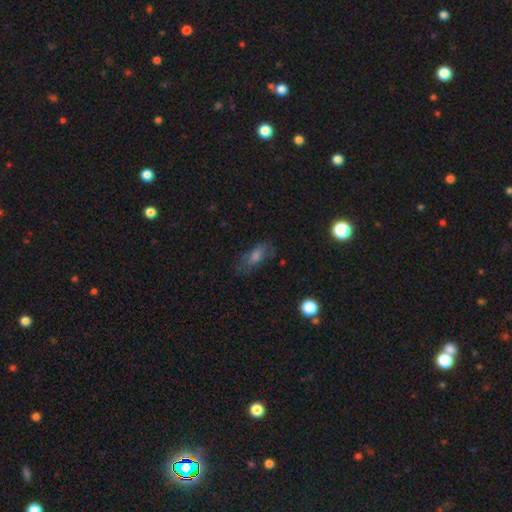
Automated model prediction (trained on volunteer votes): A smooth galaxy with no disk features (52%) that is in between round and cigar-shaped (75%). Merging: none (70%).